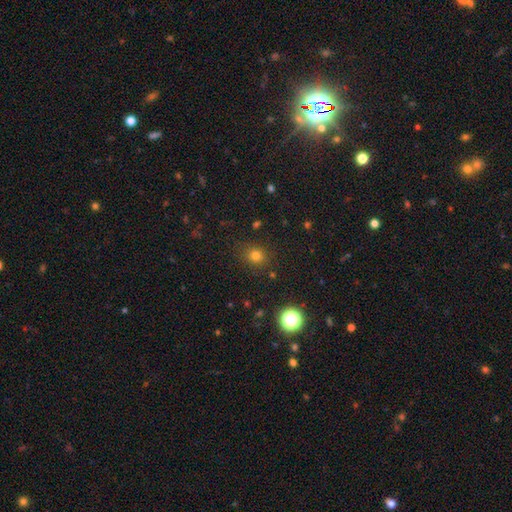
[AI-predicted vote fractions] The model was most divided on "how rounded": round: 75%, in between: 24%, cigar-shaped: 1%. More confident: merging — none (84%); smooth or featured — smooth (74%).